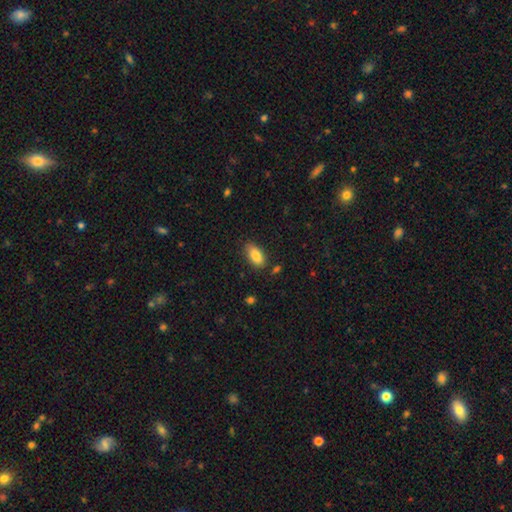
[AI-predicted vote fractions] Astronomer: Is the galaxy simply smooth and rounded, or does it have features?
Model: smooth — 85%.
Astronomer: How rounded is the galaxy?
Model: in between — 91%.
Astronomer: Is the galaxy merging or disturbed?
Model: none — 82%.